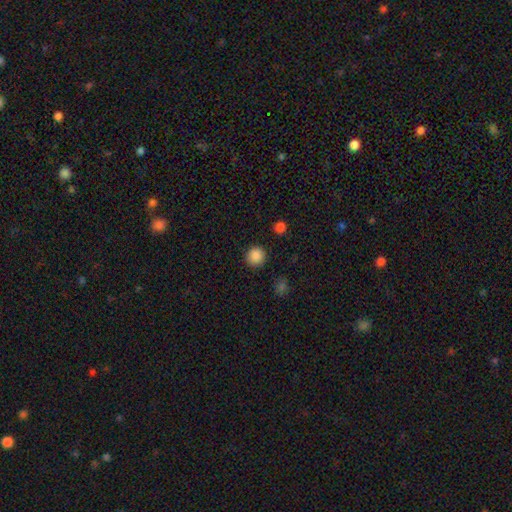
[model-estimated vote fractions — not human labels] Smooth or featured? smooth (87%)
How rounded? round (94%)
Merging? none (91%)